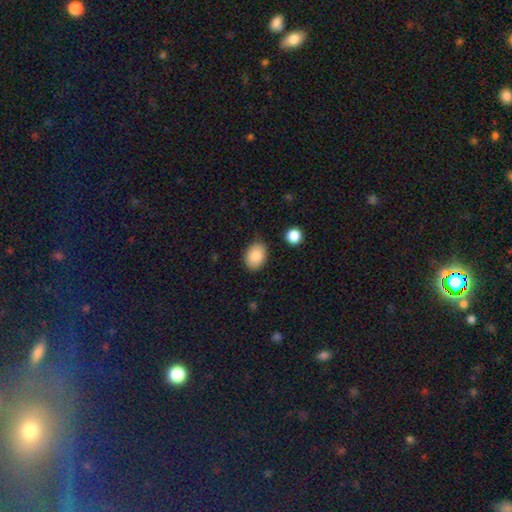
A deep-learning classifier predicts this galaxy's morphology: smooth_or_featured: smooth (p=0.87) [alt: star or artifact p=0.08]
how_rounded: in between (p=0.77) [alt: round p=0.22]
merging: none (p=0.78) [alt: minor disturbance p=0.16]